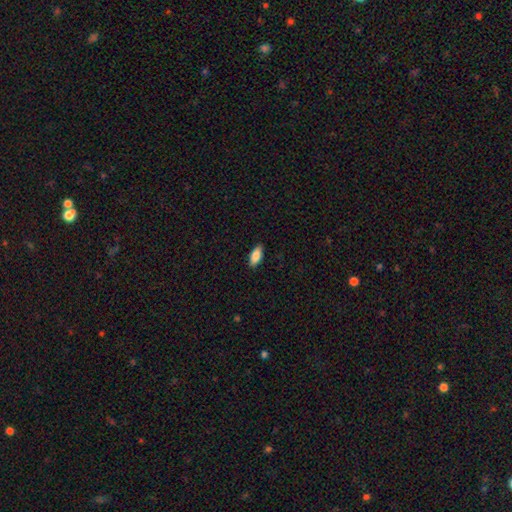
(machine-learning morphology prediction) A smooth galaxy with no disk features (86%) that is in between round and cigar-shaped (86%). Merging: none (89%).